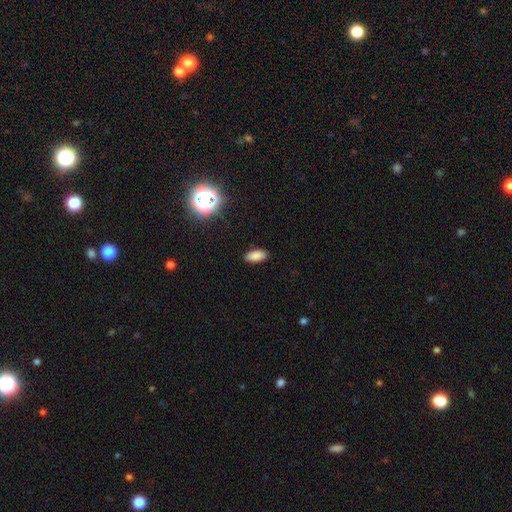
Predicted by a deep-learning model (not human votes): A smooth galaxy with no disk features (84%) that is in between round and cigar-shaped (89%). Merging: none (88%).